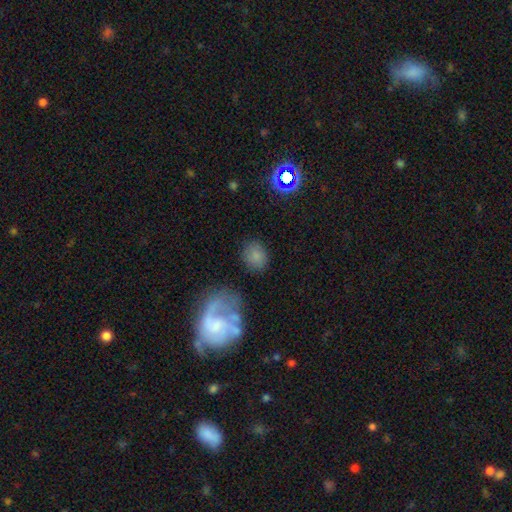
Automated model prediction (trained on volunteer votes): Smooth or featured? smooth (80%)
How rounded? round (60%)
Merging? none (80%)